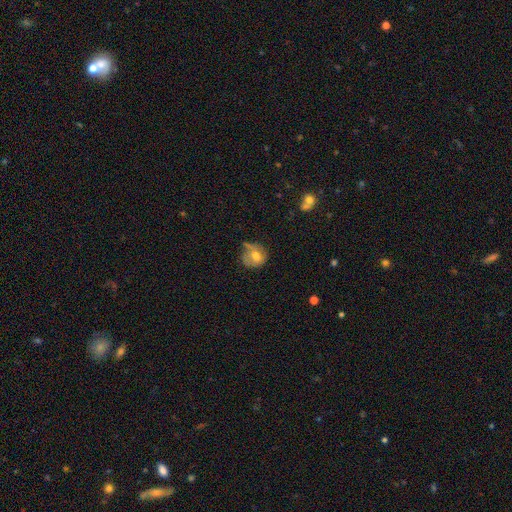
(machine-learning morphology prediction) The model was most divided on "merging": none: 44%, minor disturbance: 33%, major disturbance: 16%, merger: 7%. More confident: how rounded — round (76%); smooth or featured — smooth (66%).